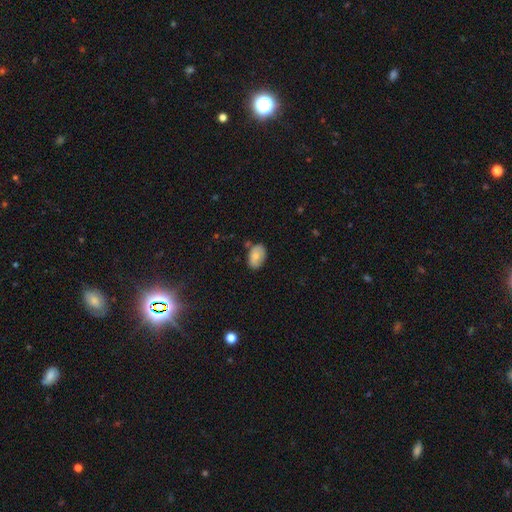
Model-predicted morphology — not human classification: A smooth galaxy with no disk features (80%) that is in between round and cigar-shaped (89%).

Vote fractions:
- Smooth or featured? smooth: 80% / featured or disk: 13% / star or artifact: 8%
- How rounded? in between: 89% / round: 10% / cigar-shaped: 1%
- Merging? none: 68% / minor disturbance: 22% / merger: 6% / major disturbance: 4%